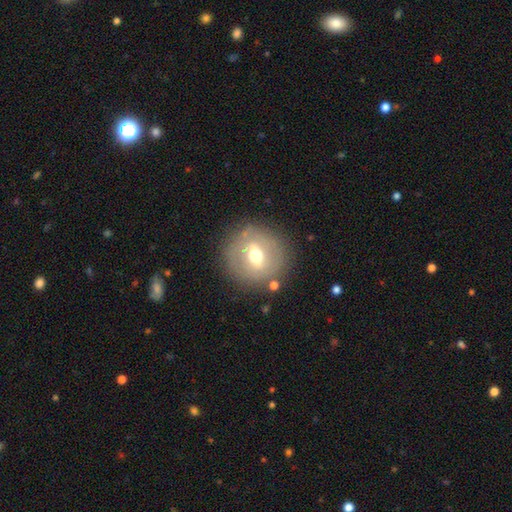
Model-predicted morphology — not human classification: This is possibly a featured or disk galaxy (53%). It is clearly not viewed edge-on (86%). Merging: likely none (79%).